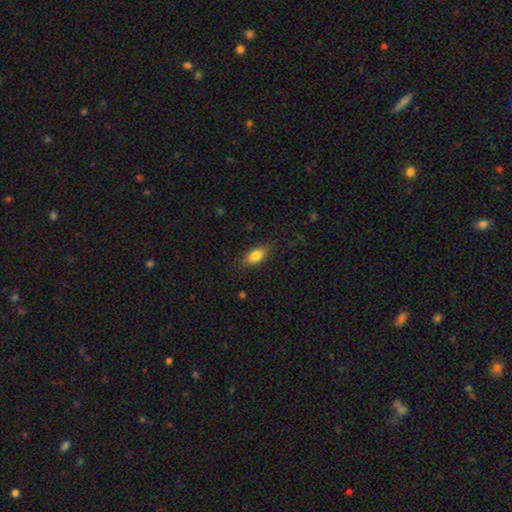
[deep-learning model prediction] smooth 85%, star or artifact 8%, featured or disk 8%. Down the decision tree: how rounded — in between (88%); merging — none (81%).